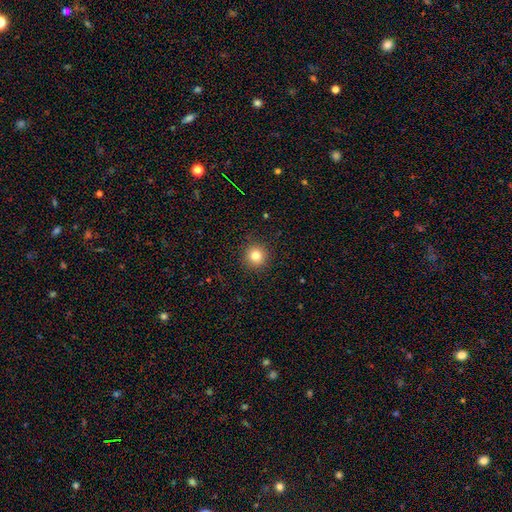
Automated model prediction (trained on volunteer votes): smooth 81%, star or artifact 12%, featured or disk 7%. Down the decision tree: how rounded — round (94%); merging — none (91%).